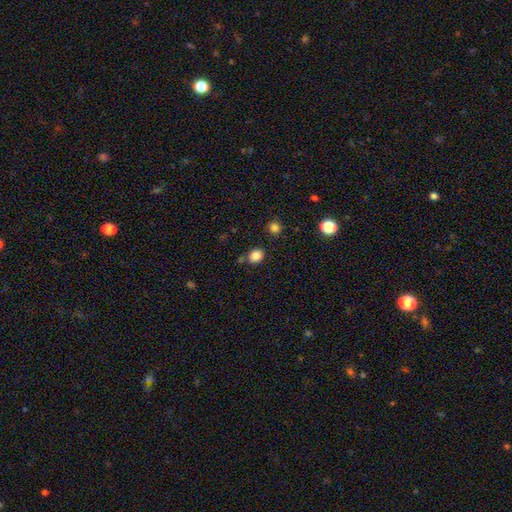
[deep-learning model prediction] Morphology: type=smooth (85%); roundness=round (56%); merging=none (75%).